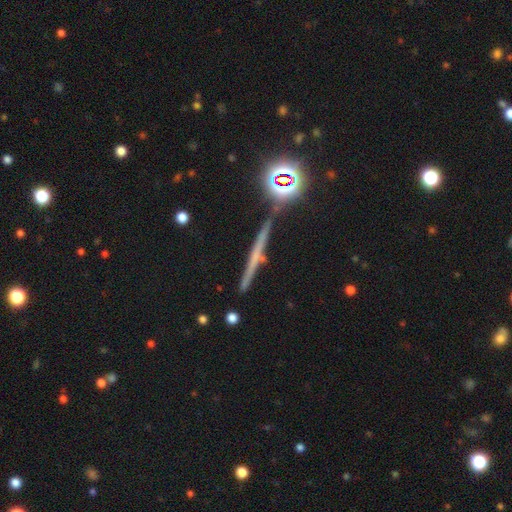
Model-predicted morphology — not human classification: Smooth or featured? featured or disk (51%)
Edge-on disk? yes (96%)
Merging? none (85%)